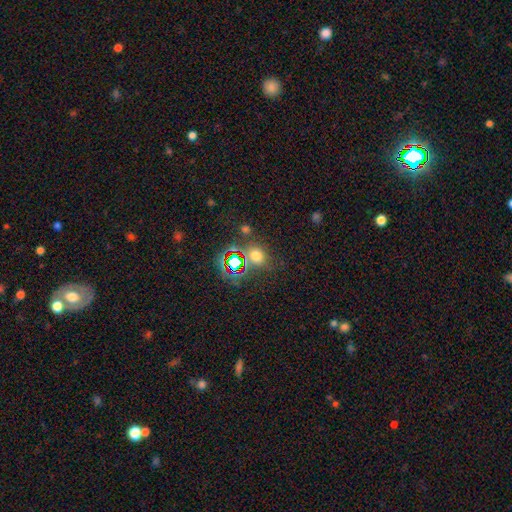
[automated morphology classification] Overall: smooth (56%; star or artifact 36%). How rounded: round (71%). Merging: none (71%).